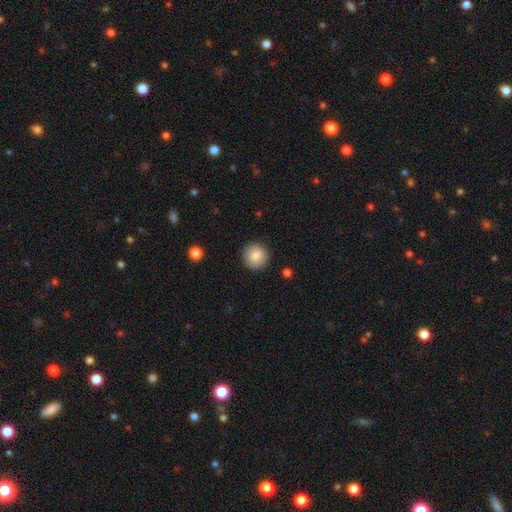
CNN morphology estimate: Overall: smooth (85%). How rounded: round (95%). Merging: none (92%).